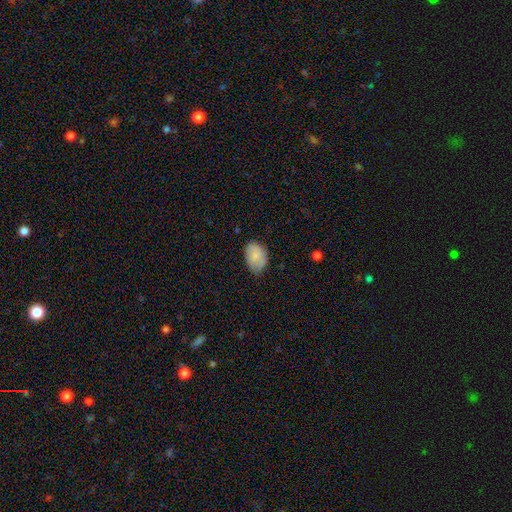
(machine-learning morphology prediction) smooth 84%, featured or disk 10%, star or artifact 7%. Down the decision tree: how rounded — in between (85%); merging — none (65%).